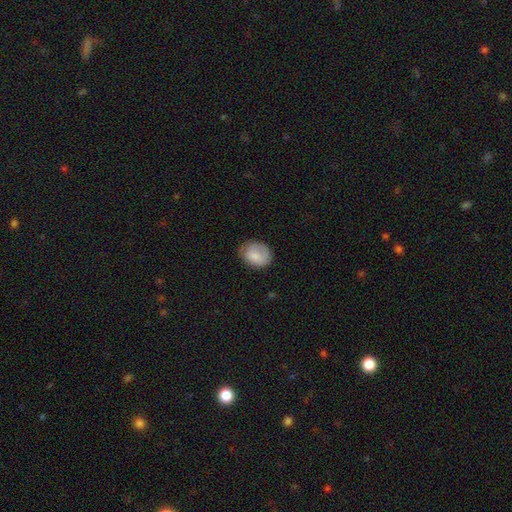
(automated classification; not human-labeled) Smooth or featured?
  - smooth: 80% *
  - featured or disk: 13%
  - star or artifact: 7%
How rounded?
  - in between: 61% *
  - round: 38%
  - cigar-shaped: 1%
Merging?
  - none: 66% *
  - minor disturbance: 25%
  - major disturbance: 8%
  - merger: 1%